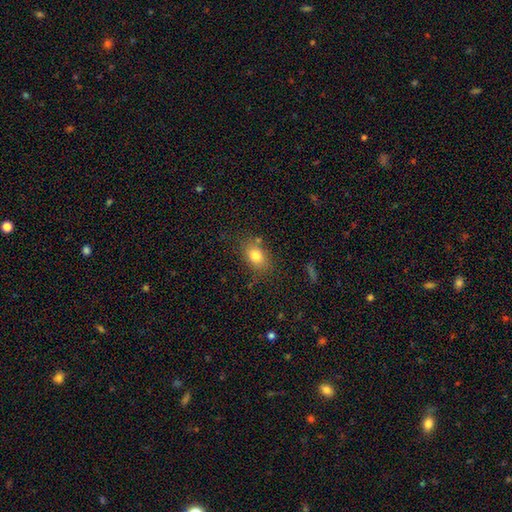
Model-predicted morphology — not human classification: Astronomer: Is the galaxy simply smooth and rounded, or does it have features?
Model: smooth — 80%.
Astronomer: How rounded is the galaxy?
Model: in between — 73%.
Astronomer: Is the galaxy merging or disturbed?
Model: none — 75%.